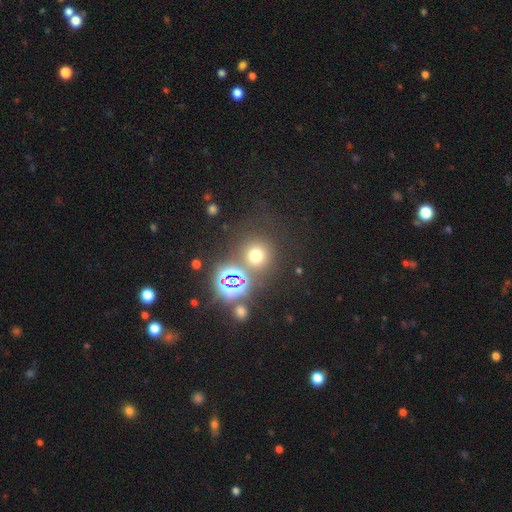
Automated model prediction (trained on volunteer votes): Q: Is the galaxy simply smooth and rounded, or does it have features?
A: smooth — 60%.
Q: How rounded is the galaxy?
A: round — 91%.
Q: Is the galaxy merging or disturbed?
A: none — 76%.